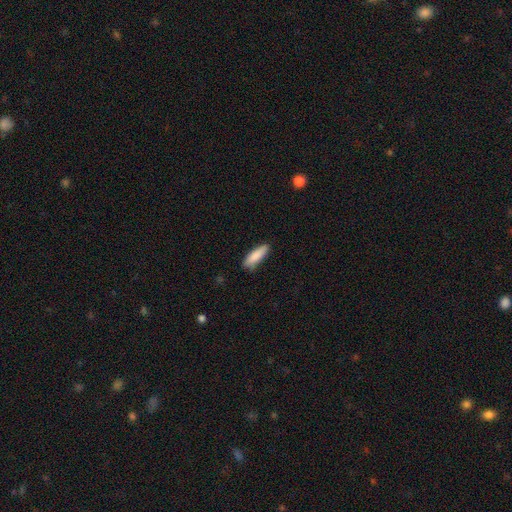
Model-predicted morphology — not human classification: smooth_or_featured: smooth (p=0.86) [alt: featured or disk p=0.08]
how_rounded: cigar-shaped (p=0.56) [alt: in between p=0.42]
merging: none (p=0.82) [alt: minor disturbance p=0.15]